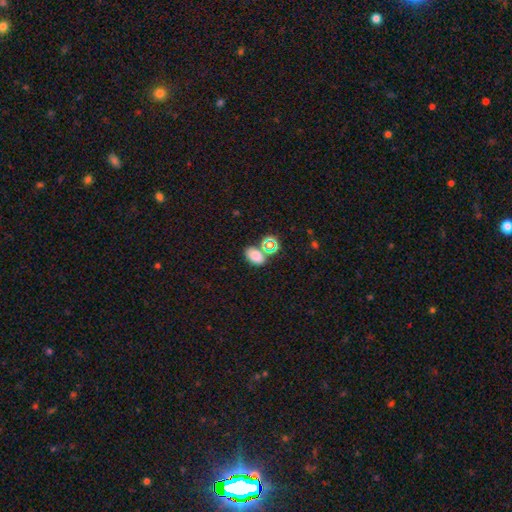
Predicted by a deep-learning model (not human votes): A smooth galaxy with no disk features (75%) that is in between round and cigar-shaped (81%). Merging: none (66%).